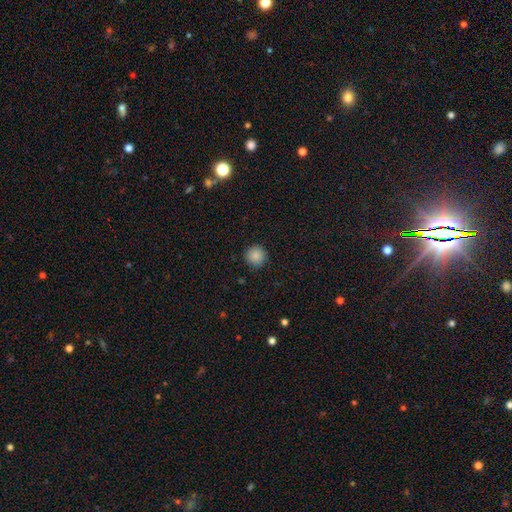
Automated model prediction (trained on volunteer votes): Smooth or featured?
  - smooth: 87% *
  - star or artifact: 10%
  - featured or disk: 3%
How rounded?
  - round: 95% *
  - in between: 4%
  - cigar-shaped: 1%
Merging?
  - none: 91% *
  - minor disturbance: 6%
  - major disturbance: 2%
  - merger: 1%